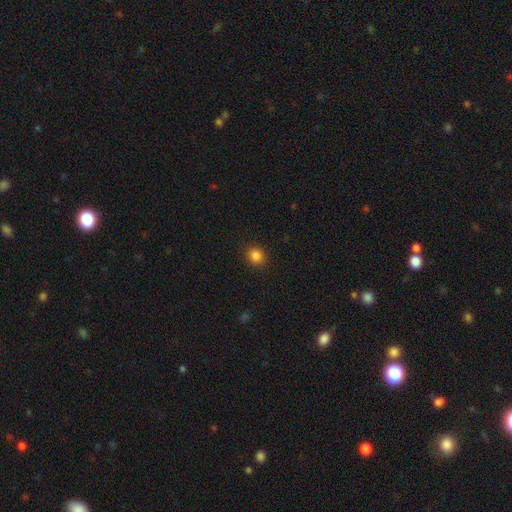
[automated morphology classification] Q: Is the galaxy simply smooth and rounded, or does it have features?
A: smooth — 85%.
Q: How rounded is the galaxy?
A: round — 77%.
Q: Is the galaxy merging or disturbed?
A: none — 91%.